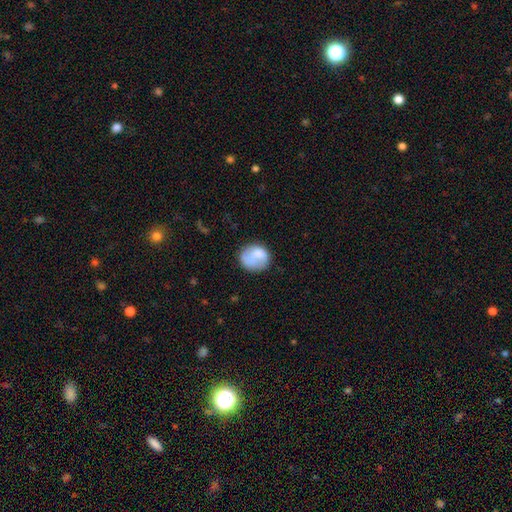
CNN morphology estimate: Smooth or featured? Predicted: smooth (p=0.72). How rounded? Predicted: round (p=0.76). Merging? Predicted: none (p=0.60).